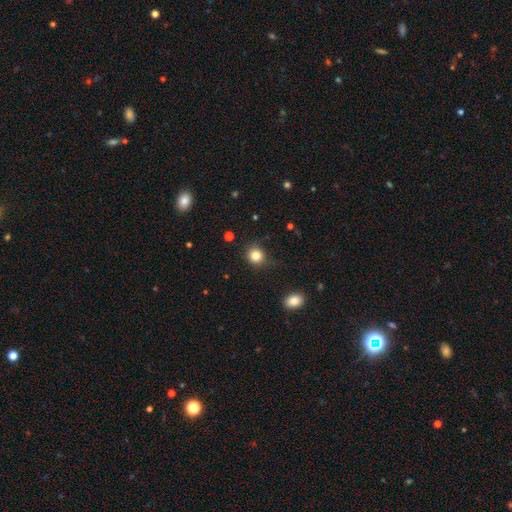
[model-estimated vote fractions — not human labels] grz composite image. It shows a smooth galaxy with no disk features (82%) that is round (84%). Merging: none (79%).